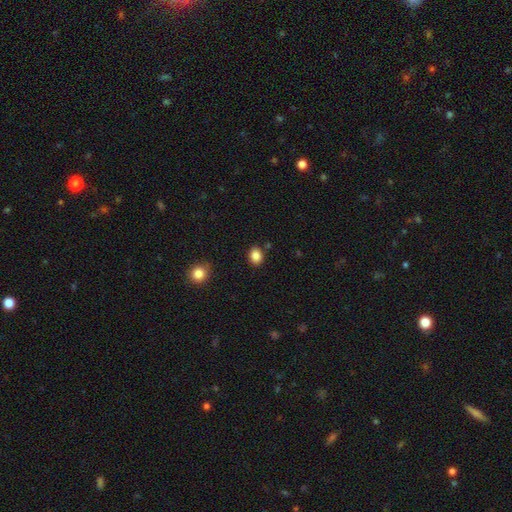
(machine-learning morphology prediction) Smooth or featured? smooth (86%)
How rounded? in between (57%)
Merging? none (86%)